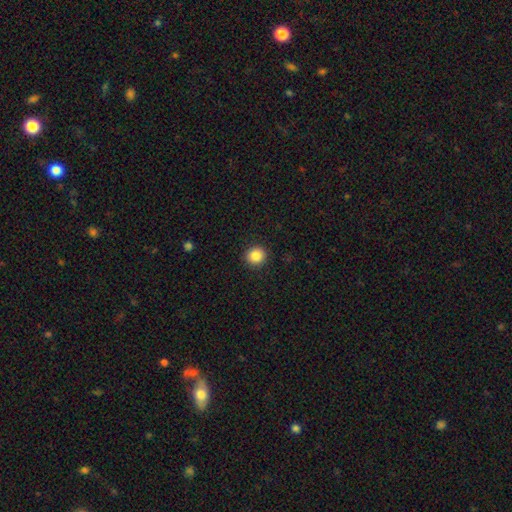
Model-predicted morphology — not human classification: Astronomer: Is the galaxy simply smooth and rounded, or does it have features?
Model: smooth — 86%.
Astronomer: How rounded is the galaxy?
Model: round — 90%.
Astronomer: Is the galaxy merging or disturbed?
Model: none — 92%.